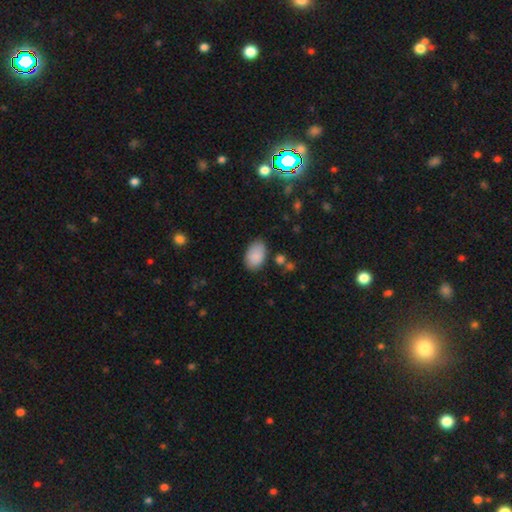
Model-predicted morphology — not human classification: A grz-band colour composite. It shows a smooth galaxy with no disk features (89%) that is in between round and cigar-shaped (91%). Merging: none (80%).